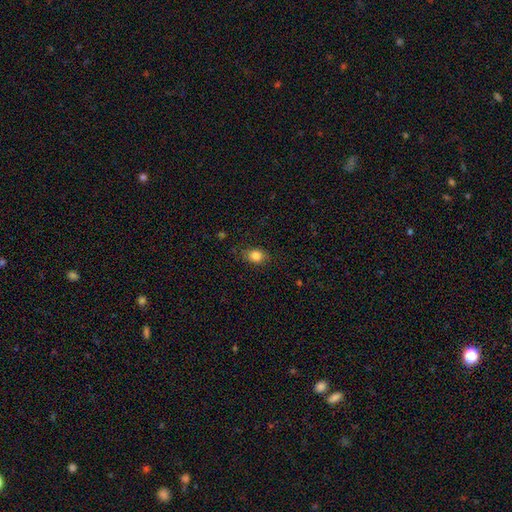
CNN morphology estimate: A smooth galaxy with no disk features (83%) that is in between round and cigar-shaped (64%).

Vote fractions:
- Smooth or featured? smooth: 83% / star or artifact: 10% / featured or disk: 7%
- How rounded? in between: 64% / round: 35% / cigar-shaped: 2%
- Merging? none: 81% / minor disturbance: 14% / major disturbance: 4% / merger: 1%